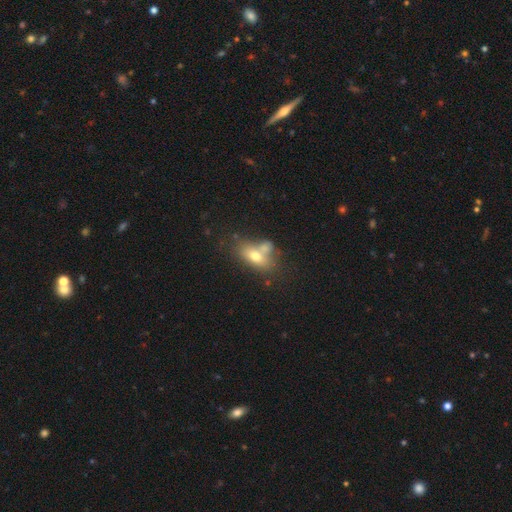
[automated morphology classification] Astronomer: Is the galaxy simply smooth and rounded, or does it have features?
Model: smooth — 68%.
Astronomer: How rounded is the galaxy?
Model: in between — 82%.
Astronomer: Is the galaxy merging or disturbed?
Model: none — 39%, tied with merger at 39%.